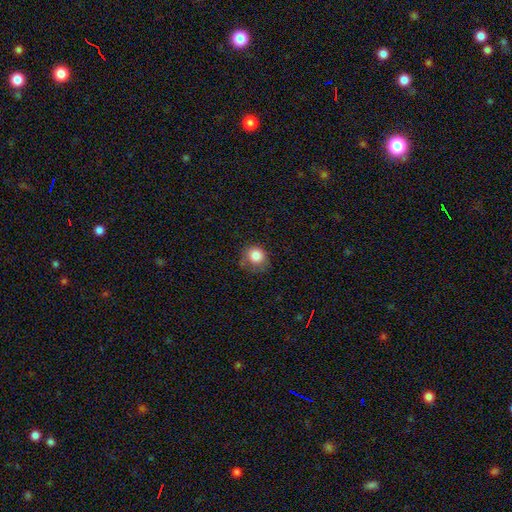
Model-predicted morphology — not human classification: smooth-or-featured: smooth: 83% | star or artifact: 10% | featured or disk: 7%
  how-rounded: round: 80% | in between: 19% | cigar-shaped: 1%
  merging: none: 56% | minor disturbance: 30% | major disturbance: 11% | merger: 2%